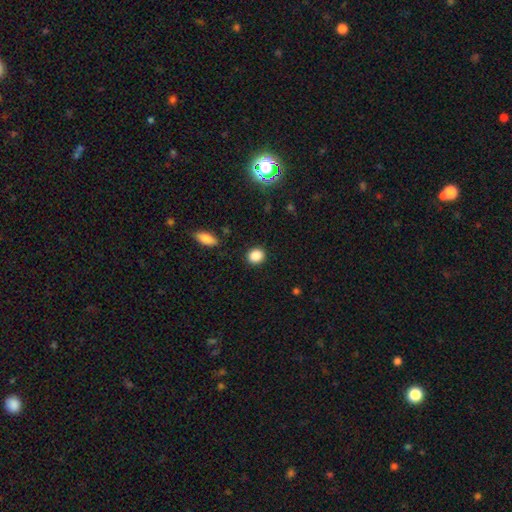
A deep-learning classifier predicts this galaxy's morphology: Smooth or featured? Predicted: smooth (p=0.87). How rounded? Predicted: round (p=0.71). Merging? Predicted: none (p=0.89).